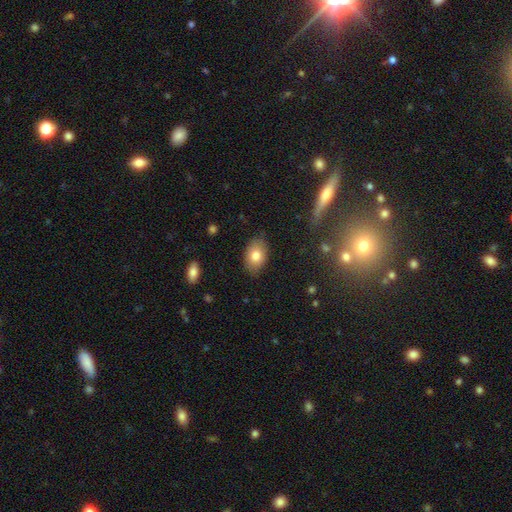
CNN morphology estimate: type=smooth (79%); roundness=in between (86%); merging=none (83%).